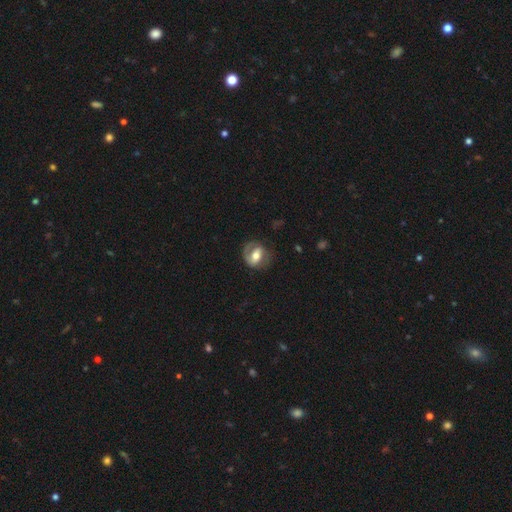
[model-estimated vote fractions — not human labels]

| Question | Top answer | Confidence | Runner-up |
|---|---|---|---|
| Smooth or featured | featured or disk | 64% | smooth (29%) |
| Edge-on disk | no | 96% | yes (4%) |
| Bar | weak | 38% | strong (34%) |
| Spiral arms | yes | 76% | no (24%) |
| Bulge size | moderate | 67% | large (16%) |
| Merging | none | 66% | minor disturbance (20%) |